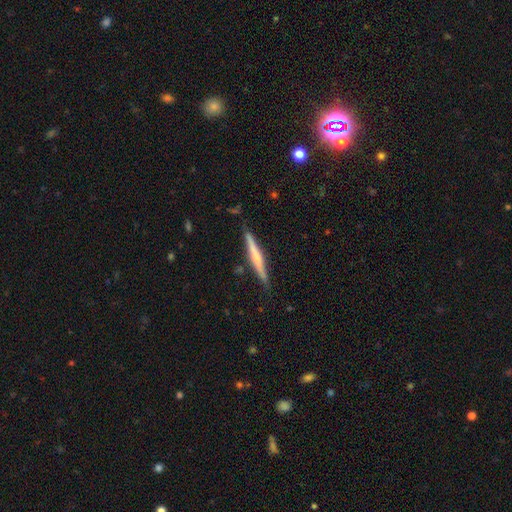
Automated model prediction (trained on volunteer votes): smooth-or-featured: featured or disk: 57% | smooth: 37% | star or artifact: 6%
  disk-edge-on: yes: 97% | no: 3%
    edge-on-bulge: rounded: 52% | none: 34% | boxy: 14%
  merging: none: 86% | minor disturbance: 10% | merger: 2% | major disturbance: 2%